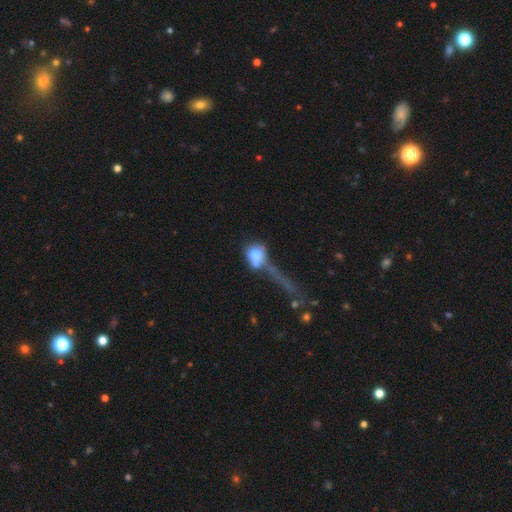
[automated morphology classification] Overall: smooth (68%). How rounded: round (54%; in between 41%). Merging: merger (33%; major disturbance 32%).